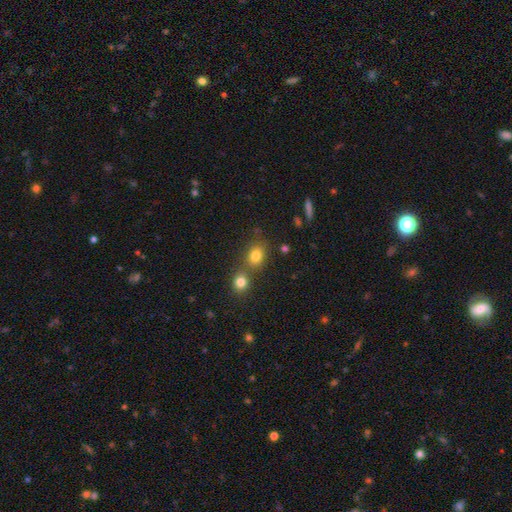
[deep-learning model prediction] This is likely a smooth galaxy (79%). How rounded: possibly round (52%). Merging: possibly none (58%).